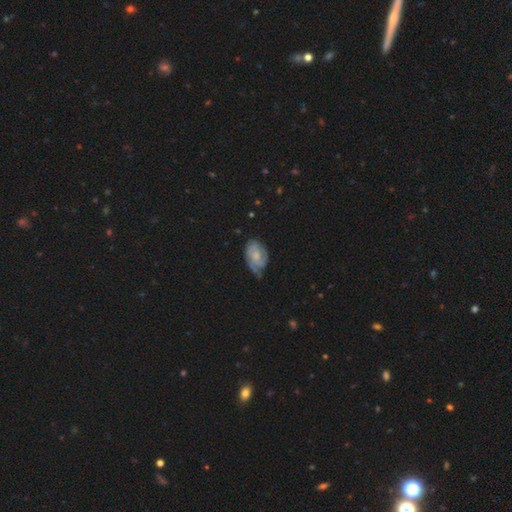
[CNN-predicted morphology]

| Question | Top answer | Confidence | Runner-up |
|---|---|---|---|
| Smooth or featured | featured or disk | 62% | smooth (31%) |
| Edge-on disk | no | 96% | yes (4%) |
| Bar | no | 72% | weak (25%) |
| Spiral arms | yes | 86% | no (14%) |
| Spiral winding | tight | 58% | medium (30%) |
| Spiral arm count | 2 | 37% | can't tell (32%) |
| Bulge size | moderate | 47% | small (33%) |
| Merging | none | 49% | minor disturbance (35%) |